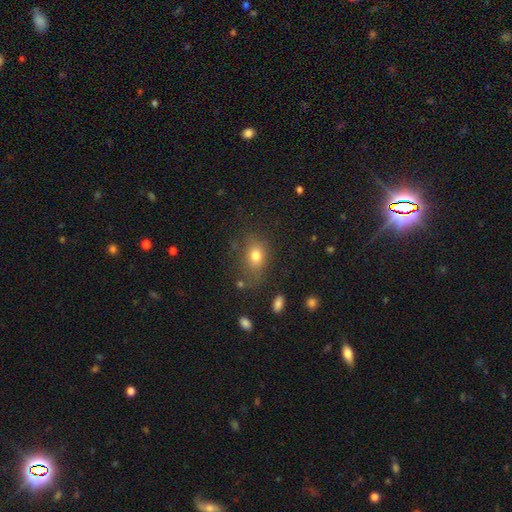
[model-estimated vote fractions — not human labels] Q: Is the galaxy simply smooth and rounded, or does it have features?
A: smooth — 77%.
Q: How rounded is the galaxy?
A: in between — 67%.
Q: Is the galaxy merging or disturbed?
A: none — 64%.